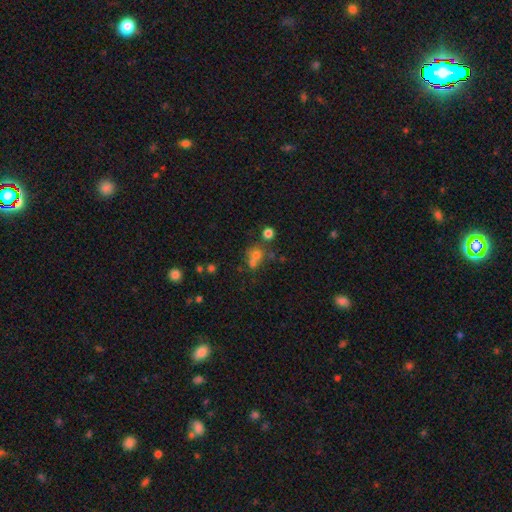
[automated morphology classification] Smooth or featured? Predicted: smooth (p=0.62). How rounded? Predicted: round (p=0.78). Merging? Predicted: merger (p=0.43, tied with none).